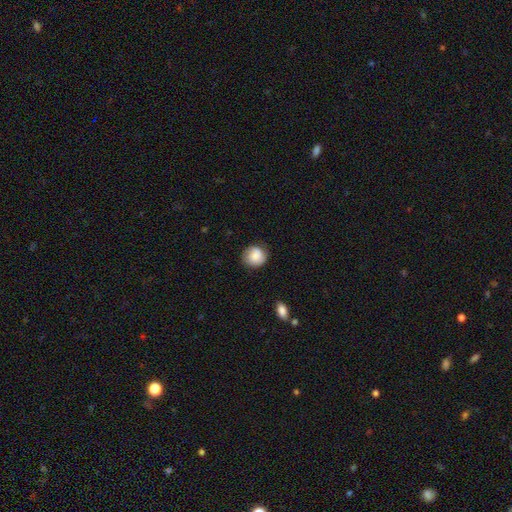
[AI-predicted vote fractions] The model was most divided on "smooth or featured": smooth: 75%, featured or disk: 17%, star or artifact: 8%. More confident: how rounded — round (84%); merging — none (77%).